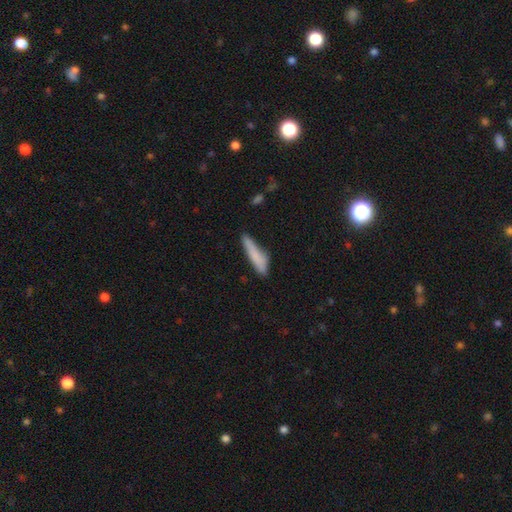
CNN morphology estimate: smooth_or_featured: smooth (p=0.79) [alt: featured or disk p=0.14]
how_rounded: cigar-shaped (p=0.85) [alt: in between p=0.13]
merging: none (p=0.68) [alt: minor disturbance p=0.24]